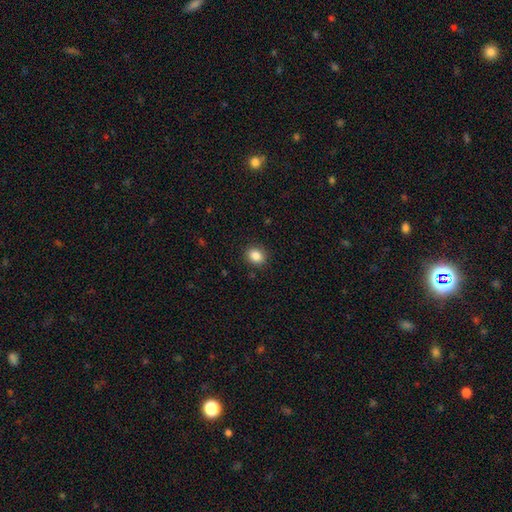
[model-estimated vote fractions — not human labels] Smooth or featured?
  - smooth: 86% *
  - star or artifact: 10%
  - featured or disk: 5%
How rounded?
  - round: 55% *
  - in between: 44%
  - cigar-shaped: 1%
Merging?
  - none: 89% *
  - minor disturbance: 8%
  - major disturbance: 2%
  - merger: 1%